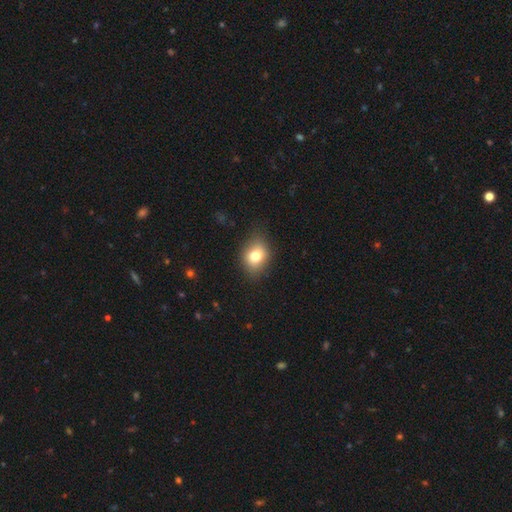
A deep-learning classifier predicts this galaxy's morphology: type=smooth (76%); roundness=in between (56%); merging=none (79%).